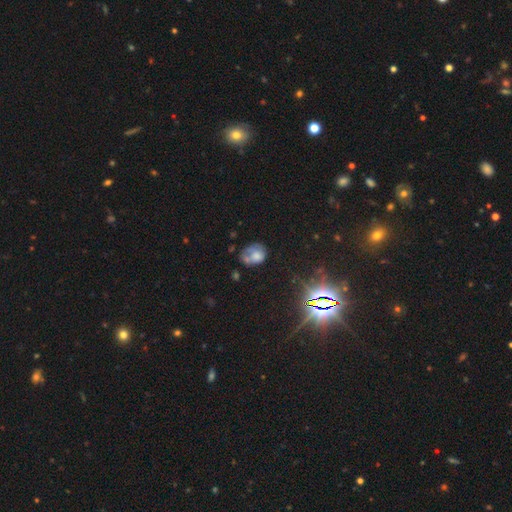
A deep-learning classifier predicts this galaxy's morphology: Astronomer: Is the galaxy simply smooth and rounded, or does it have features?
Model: smooth — 58%.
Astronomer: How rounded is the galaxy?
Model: in between — 51% (runner-up: round, 47%).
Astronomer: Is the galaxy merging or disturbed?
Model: none — 33% (runner-up: minor disturbance, 26%).